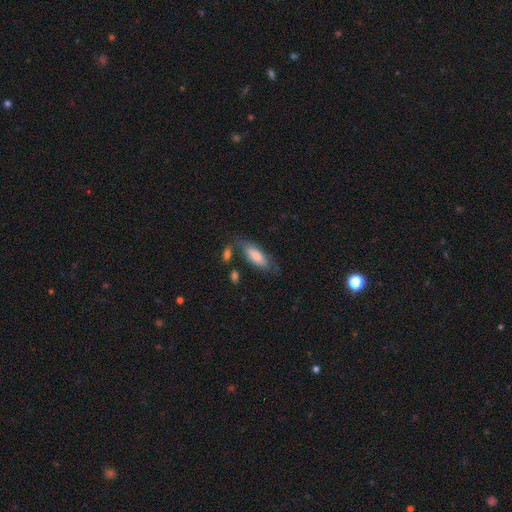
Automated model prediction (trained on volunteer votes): Smooth or featured? smooth (73%)
How rounded? in between (67%)
Merging? none (65%)